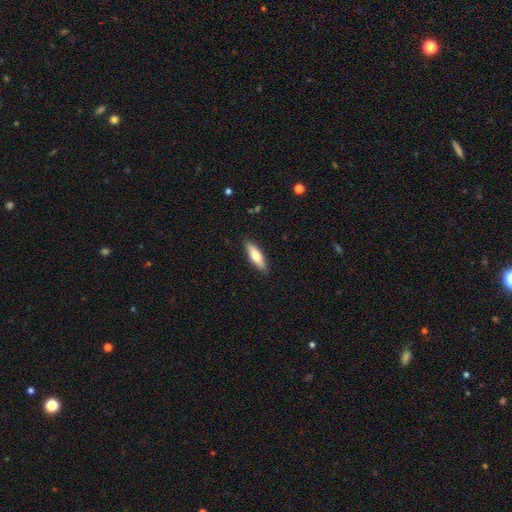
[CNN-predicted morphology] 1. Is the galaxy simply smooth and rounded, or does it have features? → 70% smooth, 25% featured or disk, 6% star or artifact.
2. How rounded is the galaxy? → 51% cigar-shaped, 47% in between, 2% round.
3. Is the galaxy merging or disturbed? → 88% none, 9% minor disturbance, 2% major disturbance, 1% merger.